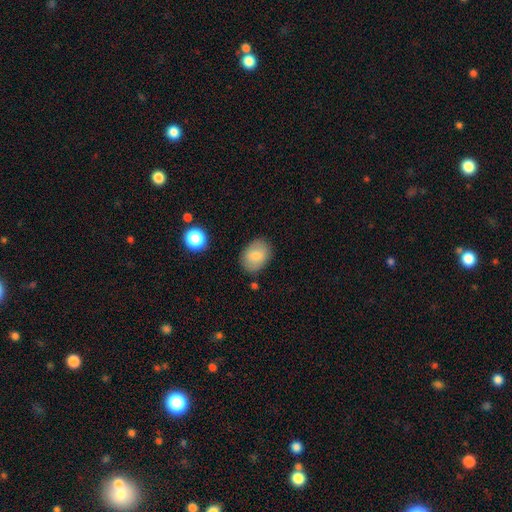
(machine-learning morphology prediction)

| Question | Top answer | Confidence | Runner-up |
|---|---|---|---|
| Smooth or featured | smooth | 78% | featured or disk (14%) |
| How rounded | in between | 73% | round (26%) |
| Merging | none | 82% | minor disturbance (13%) |